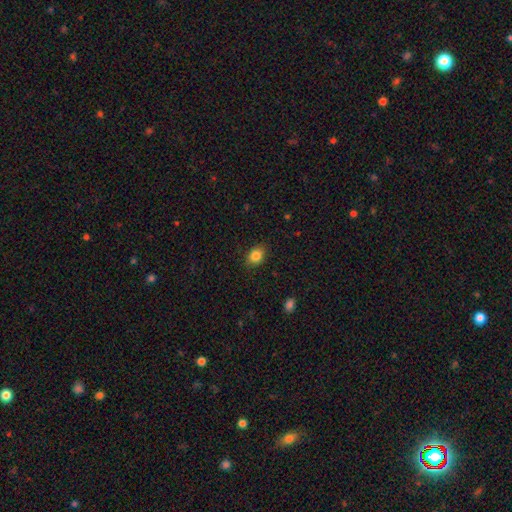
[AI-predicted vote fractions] smooth 85%, star or artifact 9%, featured or disk 6%. Down the decision tree: how rounded — in between (60%); merging — none (86%).